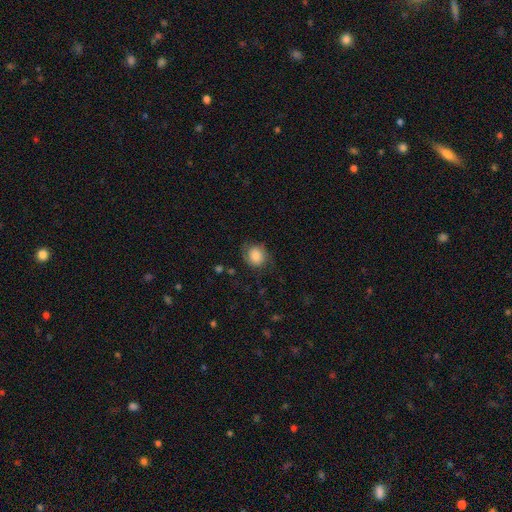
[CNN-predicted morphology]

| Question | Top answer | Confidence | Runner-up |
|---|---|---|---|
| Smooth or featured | smooth | 75% | featured or disk (16%) |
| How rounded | round | 70% | in between (29%) |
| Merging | none | 69% | minor disturbance (21%) |